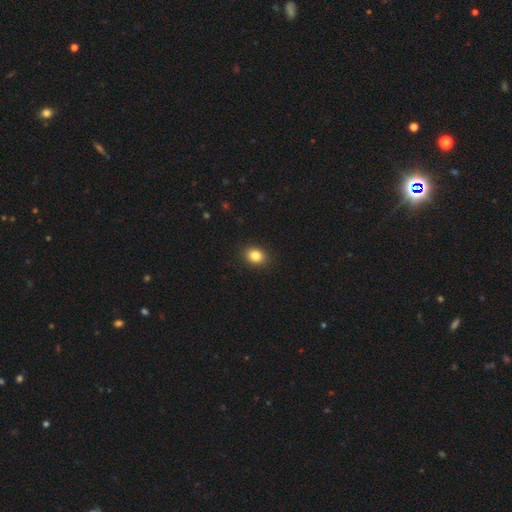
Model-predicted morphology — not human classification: This is clearly a smooth galaxy (84%). How rounded: possibly round (54%). Merging: clearly none (91%).